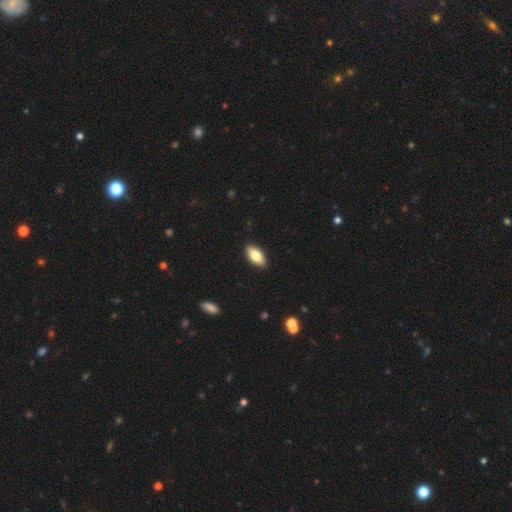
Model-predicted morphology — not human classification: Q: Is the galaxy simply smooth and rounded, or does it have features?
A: smooth — 80%.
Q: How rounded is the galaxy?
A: in between — 93%.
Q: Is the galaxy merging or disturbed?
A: none — 90%.